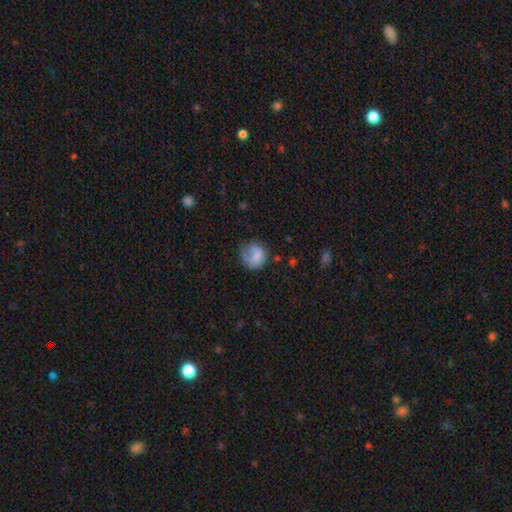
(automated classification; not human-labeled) The model was most divided on "merging": none: 48%, minor disturbance: 26%, major disturbance: 22%, merger: 3%. More confident: how rounded — round (74%); smooth or featured — smooth (73%).